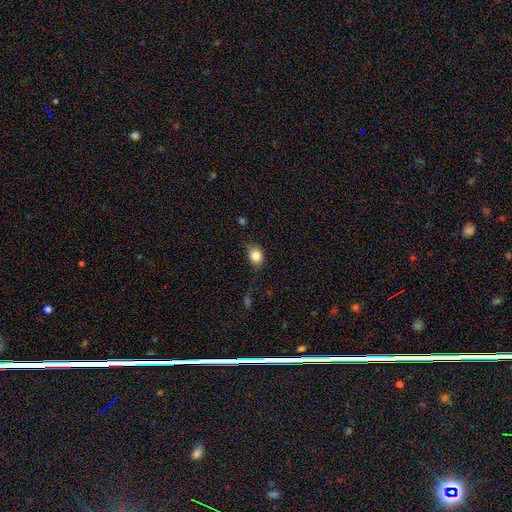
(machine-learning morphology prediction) A smooth galaxy with no disk features (83%) that is in between round and cigar-shaped (54%). Merging: none (66%).